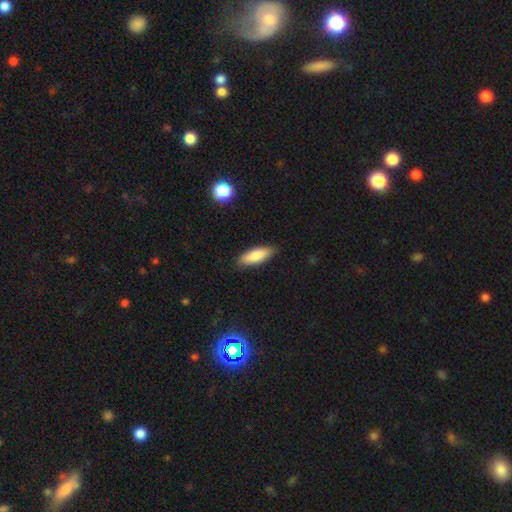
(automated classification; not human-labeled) Morphology: type=smooth (84%); roundness=in between (64%); merging=none (86%).